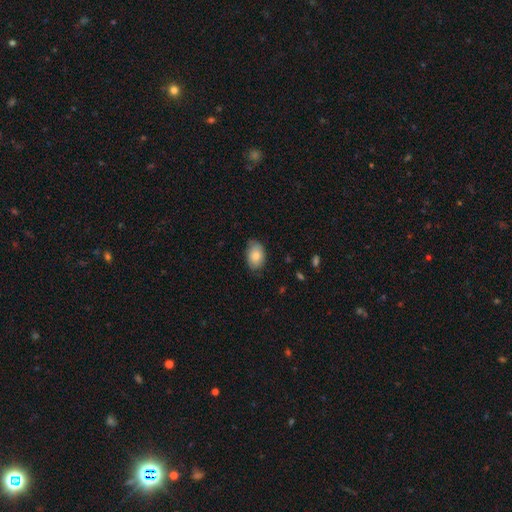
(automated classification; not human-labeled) Q: Smooth or featured?
A: smooth (82%); runner-up: featured or disk (12%)
Q: How rounded?
A: in between (87%); runner-up: round (12%)
Q: Merging?
A: none (77%); runner-up: minor disturbance (19%)